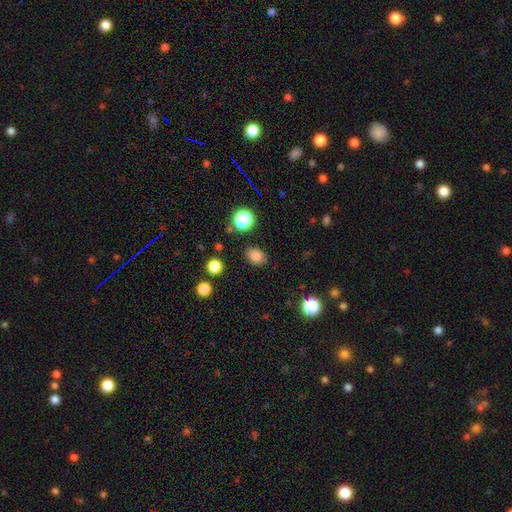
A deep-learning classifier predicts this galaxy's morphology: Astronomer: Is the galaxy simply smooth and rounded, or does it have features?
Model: smooth — 82%.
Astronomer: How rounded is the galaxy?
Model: in between — 58% (runner-up: round, 41%).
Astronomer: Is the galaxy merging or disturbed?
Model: none — 86%.